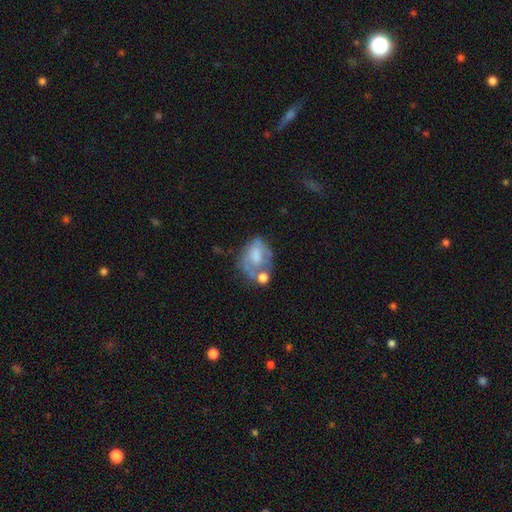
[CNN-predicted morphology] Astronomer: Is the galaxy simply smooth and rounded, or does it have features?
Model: featured or disk — 48% (runner-up: smooth, 43%).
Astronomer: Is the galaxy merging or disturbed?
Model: none — 32% (runner-up: merger, 24%).